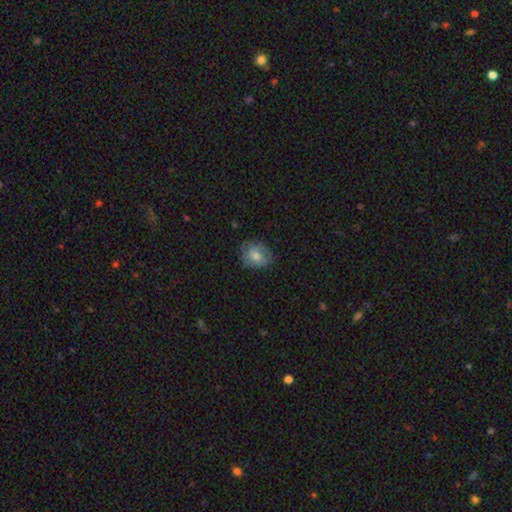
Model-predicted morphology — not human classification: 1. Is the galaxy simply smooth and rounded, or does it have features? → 63% smooth, 27% featured or disk, 10% star or artifact.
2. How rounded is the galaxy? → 64% round, 35% in between, 1% cigar-shaped.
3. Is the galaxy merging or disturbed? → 73% none, 20% minor disturbance, 6% major disturbance, 1% merger.